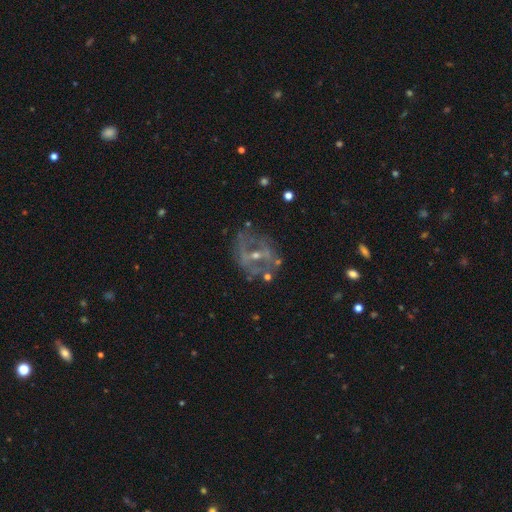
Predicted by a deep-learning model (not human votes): A featured or disk galaxy (76%) with a strong bar (38%), no spiral arms (57%) and a small central bulge (56%).

Vote fractions:
- Smooth or featured? featured or disk: 76% / smooth: 14% / star or artifact: 10%
- Edge-on disk? no: 94% / yes: 6%
- Bar? strong: 38% / weak: 35% / no: 28%
- Spiral arms? no: 57% / yes: 43%
- Bulge size? small: 56% / moderate: 39% / none: 3% / large: 1% / dominant: 1%
- Merging? none: 64% / minor disturbance: 19% / major disturbance: 13% / merger: 4%